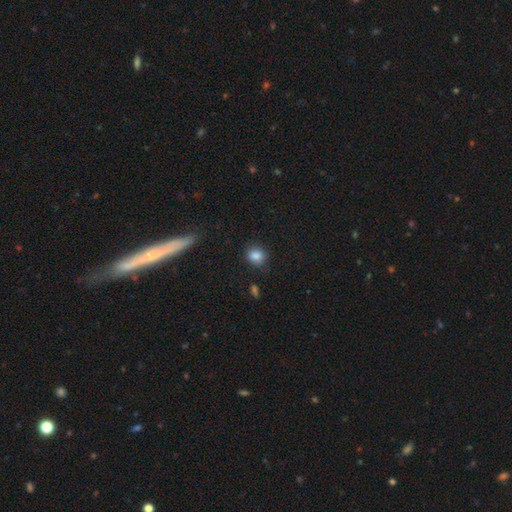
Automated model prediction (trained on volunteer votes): Smooth or featured? Predicted: smooth (p=0.85). How rounded? Predicted: round (p=0.71). Merging? Predicted: none (p=0.81).